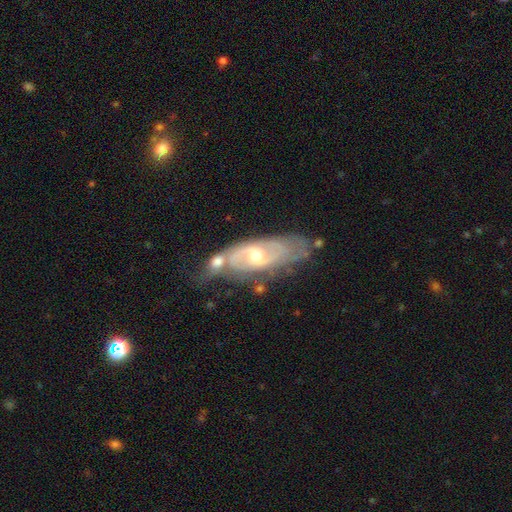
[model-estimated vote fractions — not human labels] This is likely a featured or disk galaxy (77%). It is clearly not viewed edge-on (86%). Bar: possibly no (56%). Spiral arm pattern: clearly yes (85%). Spiral arm count: possibly 2 (47%). Spiral winding: possibly tight (50%). Central bulge: possibly moderate (53%). Merging: possibly none (50%).